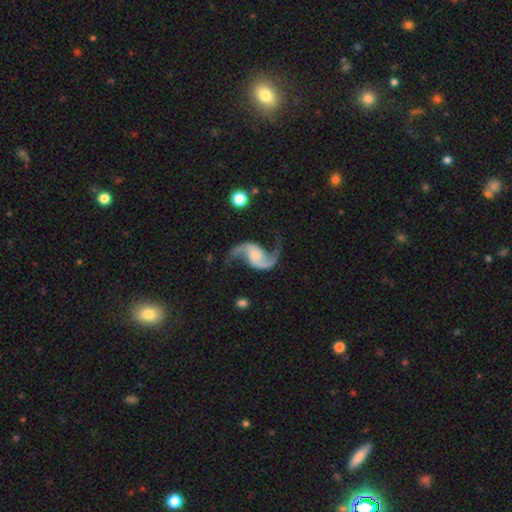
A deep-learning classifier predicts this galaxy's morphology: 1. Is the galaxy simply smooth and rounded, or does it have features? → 93% featured or disk, 4% star or artifact, 3% smooth.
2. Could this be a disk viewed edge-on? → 98% no, 2% yes.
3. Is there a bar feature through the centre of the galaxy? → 59% no, 30% weak, 11% strong.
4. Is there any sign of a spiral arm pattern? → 98% yes, 2% no.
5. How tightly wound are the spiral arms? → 79% loose, 17% medium, 3% tight.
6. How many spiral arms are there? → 94% 2, 2% 1, 1% can't tell, 1% 3, 1% 4, 1% more than 4.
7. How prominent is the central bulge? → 40% small, 27% none, 22% moderate, 8% large, 3% dominant.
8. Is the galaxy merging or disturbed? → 75% none, 14% minor disturbance, 9% major disturbance, 2% merger.